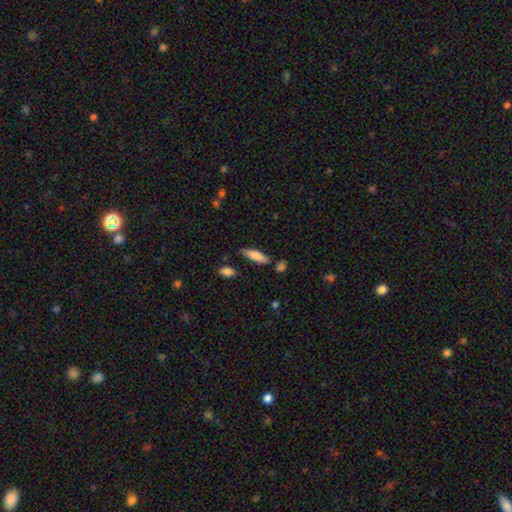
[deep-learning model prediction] A smooth galaxy with no disk features (83%) that is cigar-shaped (56%).

Vote fractions:
- Smooth or featured? smooth: 83% / featured or disk: 11% / star or artifact: 6%
- How rounded? cigar-shaped: 56% / in between: 43% / round: 2%
- Merging? none: 73% / minor disturbance: 18% / merger: 5% / major disturbance: 4%